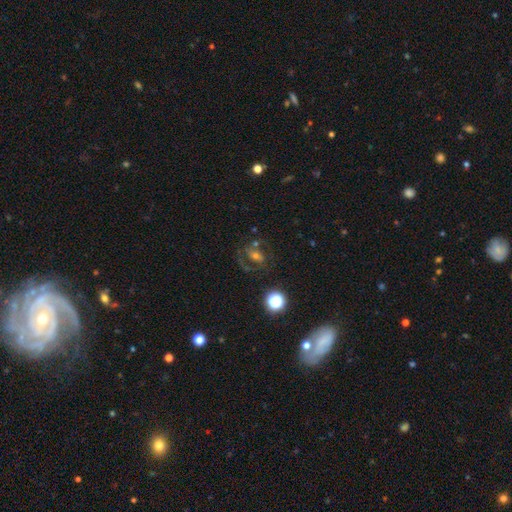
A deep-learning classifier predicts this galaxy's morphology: smooth-or-featured: featured or disk: 50% | smooth: 27% | star or artifact: 23%
  disk-edge-on: no: 94% | yes: 6%
  merging: none: 57% | major disturbance: 18% | minor disturbance: 17% | merger: 9%